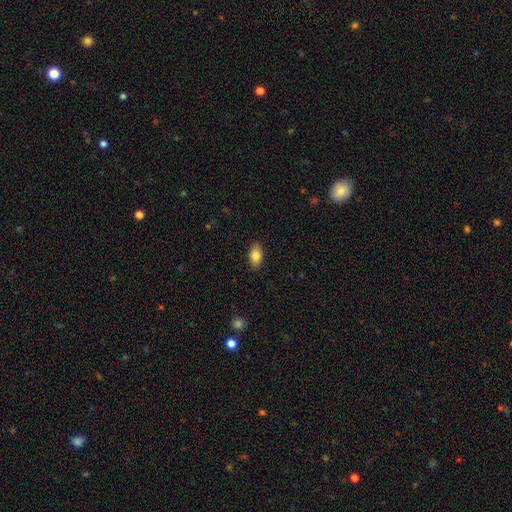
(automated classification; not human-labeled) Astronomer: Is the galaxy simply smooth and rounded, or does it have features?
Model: smooth — 83%.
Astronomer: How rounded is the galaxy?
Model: in between — 91%.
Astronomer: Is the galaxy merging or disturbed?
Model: none — 88%.